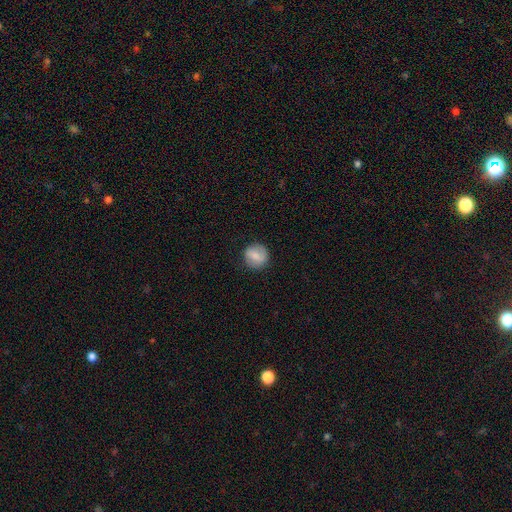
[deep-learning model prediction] smooth 65%, featured or disk 27%, star or artifact 8%. Down the decision tree: how rounded — round (89%); merging — none (86%).